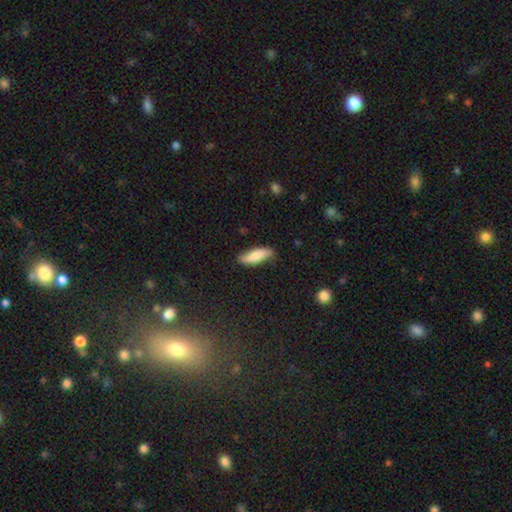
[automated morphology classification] smooth-or-featured: smooth: 75% | featured or disk: 19% | star or artifact: 6%
  how-rounded: in between: 53% | cigar-shaped: 45% | round: 2%
  merging: none: 76% | minor disturbance: 19% | major disturbance: 3% | merger: 2%